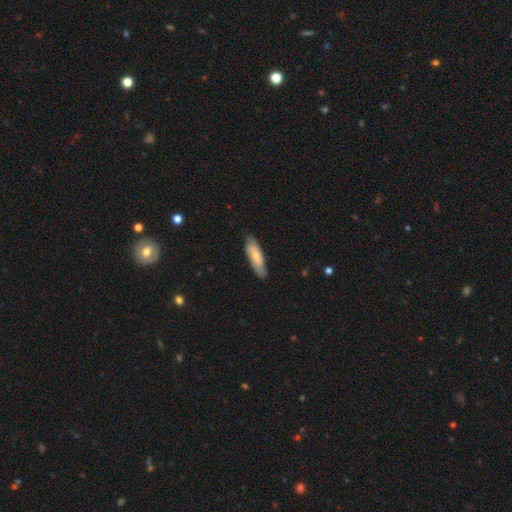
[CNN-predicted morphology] smooth 70%, featured or disk 24%, star or artifact 5%. Down the decision tree: how rounded — cigar-shaped (57%); merging — none (79%).